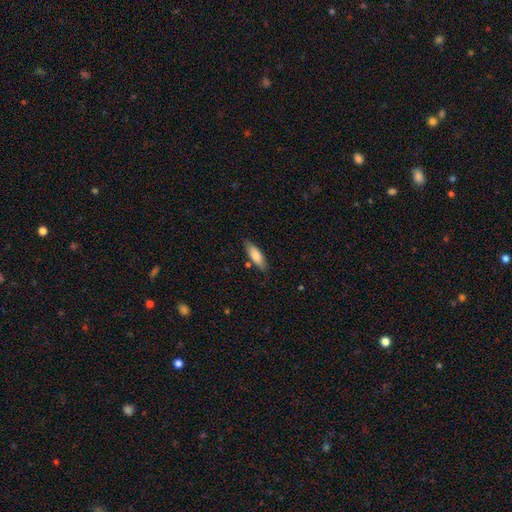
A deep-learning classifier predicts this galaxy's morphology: Smooth or featured: smooth — 80% (featured or disk — 14%)
How rounded: in between — 54% (cigar-shaped — 44%)
Merging: none — 81% (minor disturbance — 13%)